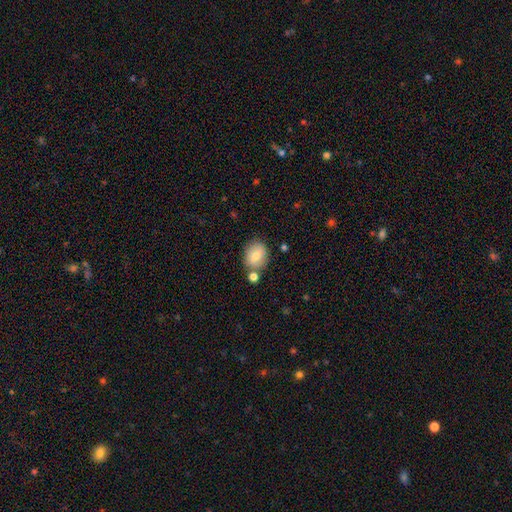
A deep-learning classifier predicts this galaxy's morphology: The model was most divided on "how rounded": round: 54%, in between: 45%, cigar-shaped: 1%. More confident: smooth or featured — smooth (75%); merging — none (71%).